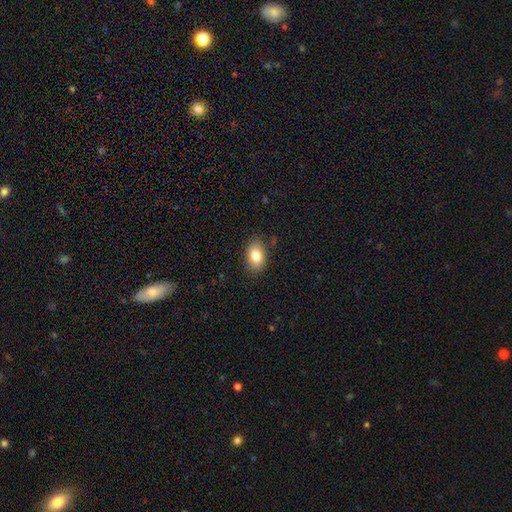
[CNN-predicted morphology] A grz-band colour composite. It shows a smooth galaxy with no disk features (81%) that is in between round and cigar-shaped (88%). Merging: none (84%).